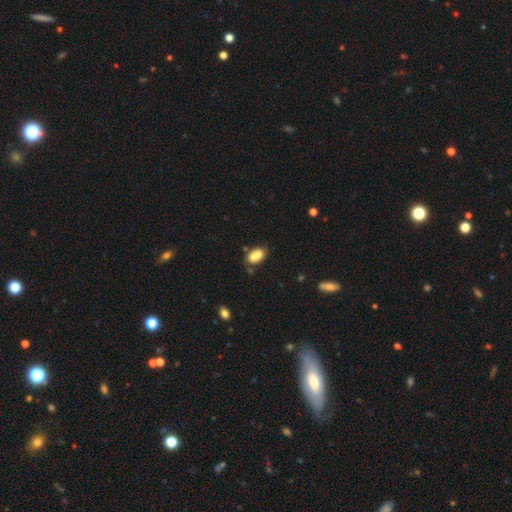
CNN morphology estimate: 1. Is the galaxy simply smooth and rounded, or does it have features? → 88% smooth, 8% star or artifact, 4% featured or disk.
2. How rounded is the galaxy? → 92% in between, 5% round, 3% cigar-shaped.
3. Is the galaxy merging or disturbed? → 78% none, 15% minor disturbance, 4% merger, 3% major disturbance.